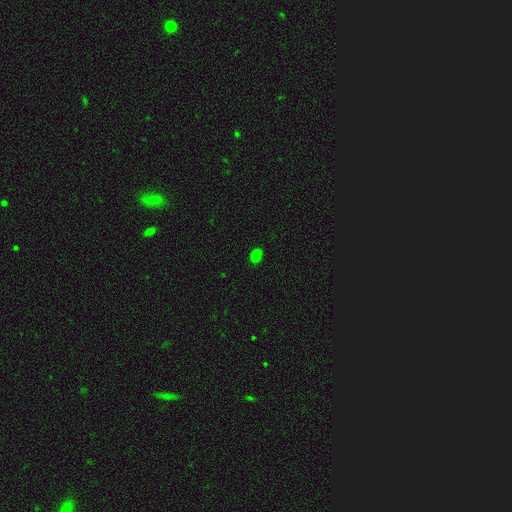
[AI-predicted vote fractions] A smooth galaxy with no disk features (75%) that is in between round and cigar-shaped (73%). Merging: none (83%).